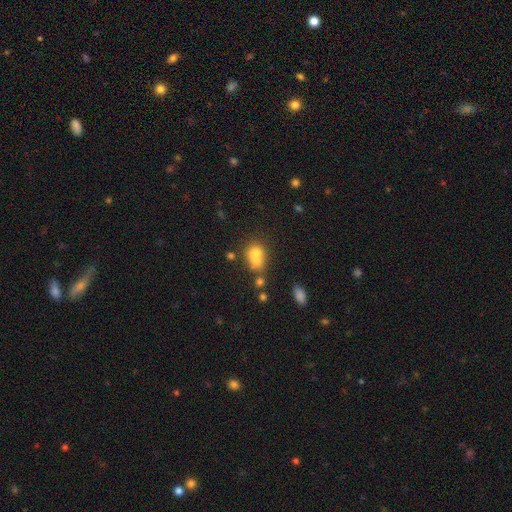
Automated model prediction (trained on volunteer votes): Smooth or featured: smooth — 68% (featured or disk — 18%)
How rounded: round — 50% (in between — 49%)
Merging: merger — 56% (none — 26%)